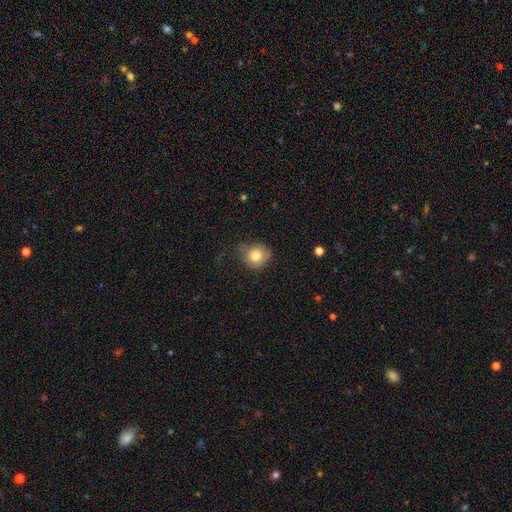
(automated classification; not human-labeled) A smooth galaxy with no disk features (78%) that is round (83%). Merging: none (60%).